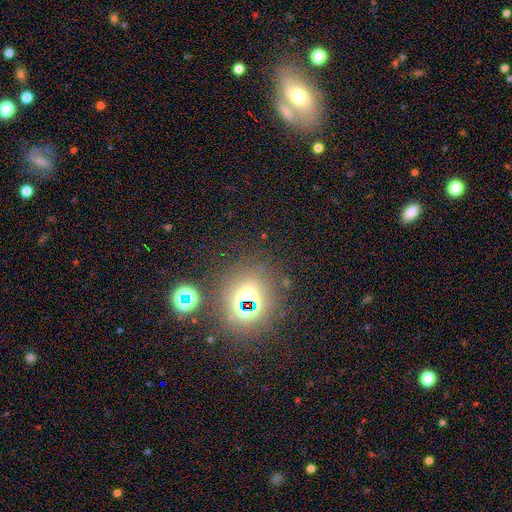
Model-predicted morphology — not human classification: smooth-or-featured: star or artifact: 66% | smooth: 22% | featured or disk: 12%